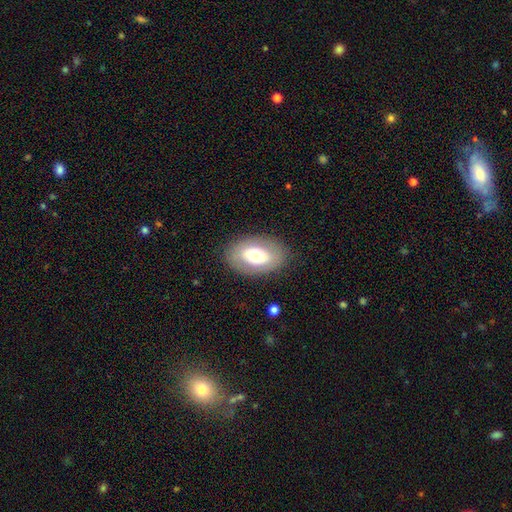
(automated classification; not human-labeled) Overall: smooth (60%; featured or disk 32%). How rounded: in between (88%). Merging: none (84%).